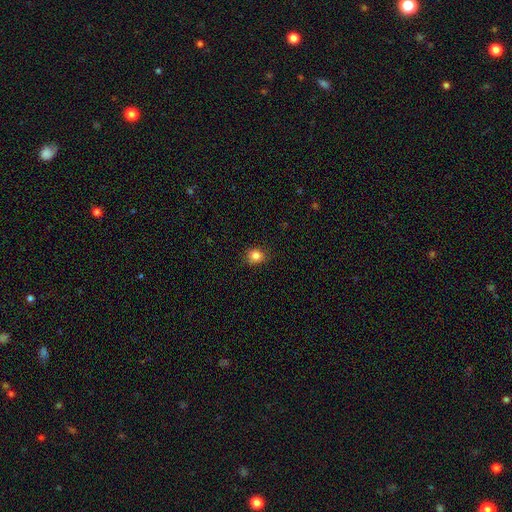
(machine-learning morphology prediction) Smooth or featured?
  - smooth: 83% *
  - star or artifact: 12%
  - featured or disk: 5%
How rounded?
  - round: 71% *
  - in between: 28%
  - cigar-shaped: 1%
Merging?
  - none: 84% *
  - minor disturbance: 13%
  - major disturbance: 3%
  - merger: 1%